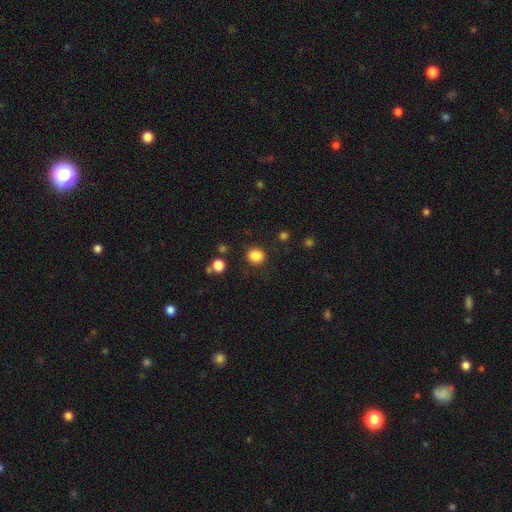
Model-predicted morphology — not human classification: smooth_or_featured: smooth (p=0.86) [alt: star or artifact p=0.11]
how_rounded: round (p=0.74) [alt: in between p=0.25]
merging: none (p=0.86) [alt: minor disturbance p=0.09]